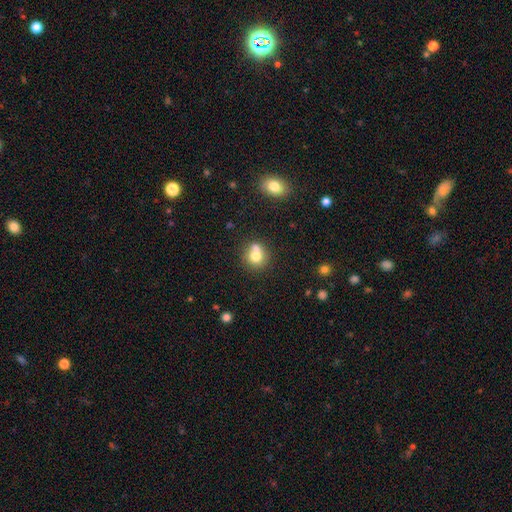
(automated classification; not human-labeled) Morphology: type=smooth (73%); roundness=round (85%); merging=none (49%).